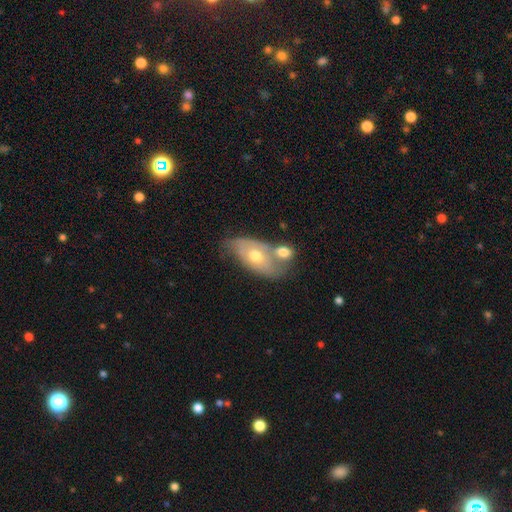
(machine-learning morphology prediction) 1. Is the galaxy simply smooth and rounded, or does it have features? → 52% featured or disk, 41% smooth, 7% star or artifact.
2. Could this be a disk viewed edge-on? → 86% no, 14% yes.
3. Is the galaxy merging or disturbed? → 36% none (tied), 36% merger (tied), 19% minor disturbance, 9% major disturbance.